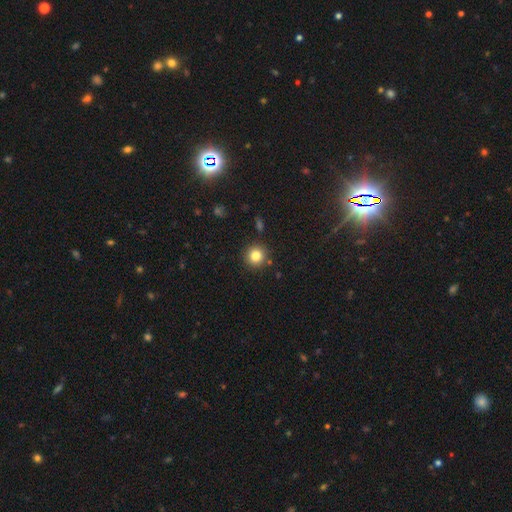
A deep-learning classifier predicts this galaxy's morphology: smooth_or_featured: smooth (p=0.82) [alt: star or artifact p=0.11]
how_rounded: round (p=0.93) [alt: in between p=0.06]
merging: none (p=0.88) [alt: minor disturbance p=0.07]